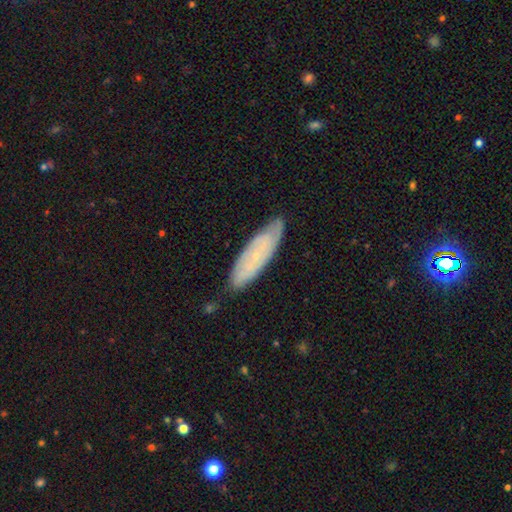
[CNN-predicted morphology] Smooth or featured? featured or disk (56%)
Edge-on disk? no (74%)
Merging? none (77%)